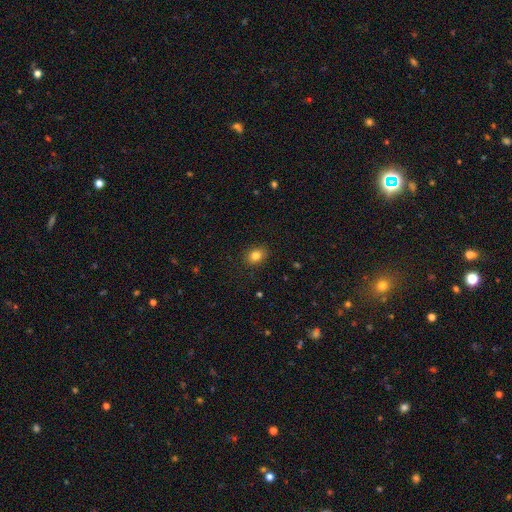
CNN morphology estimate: A smooth galaxy with no disk features (83%) that is in between round and cigar-shaped (58%).

Vote fractions:
- Smooth or featured? smooth: 83% / star or artifact: 10% / featured or disk: 7%
- How rounded? in between: 58% / round: 41% / cigar-shaped: 1%
- Merging? none: 87% / minor disturbance: 10% / major disturbance: 2% / merger: 1%